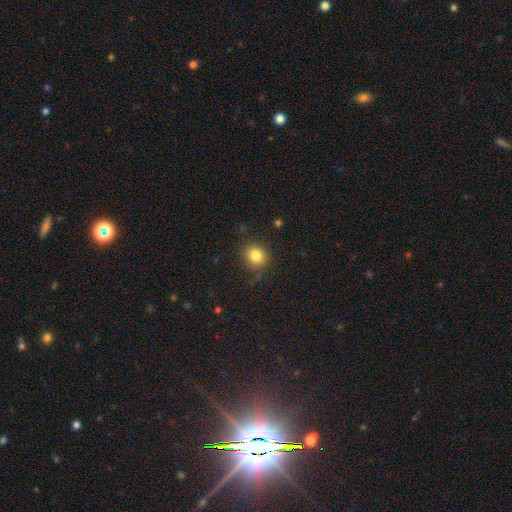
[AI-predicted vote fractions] smooth 83%, star or artifact 11%, featured or disk 7%. Down the decision tree: how rounded — round (79%); merging — none (82%).